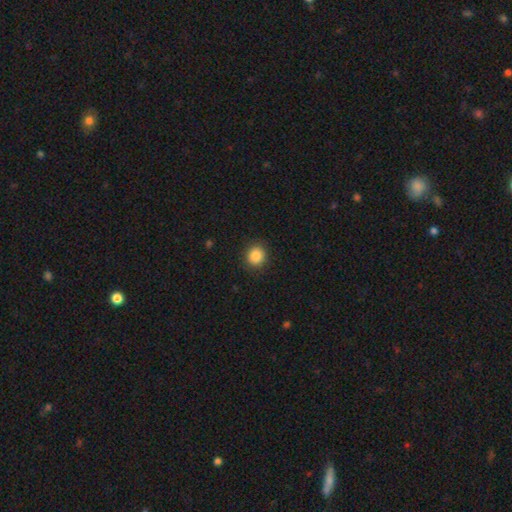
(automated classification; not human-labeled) Smooth or featured? smooth (86%)
How rounded? round (86%)
Merging? none (90%)